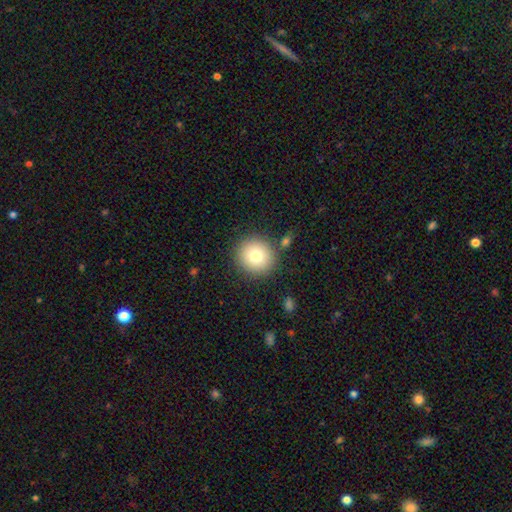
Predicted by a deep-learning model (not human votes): Smooth or featured? smooth (78%)
How rounded? round (92%)
Merging? none (85%)